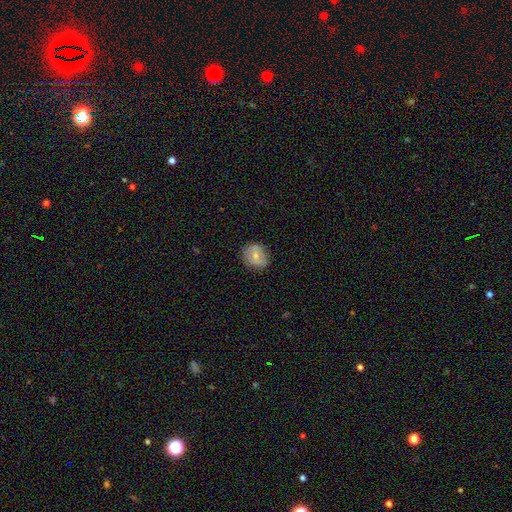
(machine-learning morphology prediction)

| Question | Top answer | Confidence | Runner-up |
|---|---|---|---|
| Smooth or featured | smooth | 61% | featured or disk (31%) |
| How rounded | round | 72% | in between (27%) |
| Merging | none | 76% | minor disturbance (18%) |